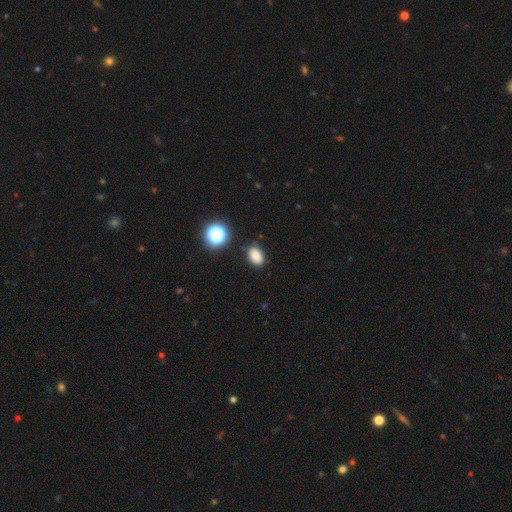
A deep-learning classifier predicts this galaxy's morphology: Smooth or featured: smooth — 83% (star or artifact — 13%)
How rounded: in between — 82% (round — 17%)
Merging: none — 83% (minor disturbance — 12%)